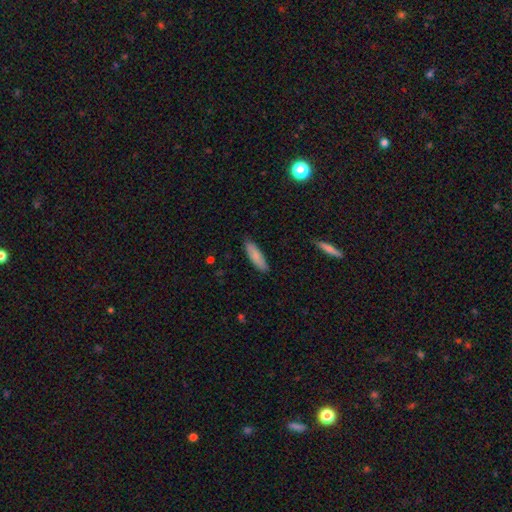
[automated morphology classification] smooth_or_featured: smooth (p=0.83) [alt: featured or disk p=0.11]
how_rounded: cigar-shaped (p=0.59) [alt: in between p=0.39]
merging: none (p=0.87) [alt: minor disturbance p=0.10]